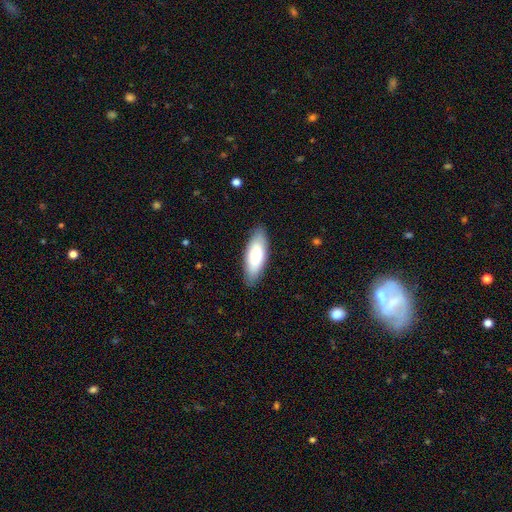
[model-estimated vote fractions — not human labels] Smooth or featured?
  - smooth: 75% *
  - featured or disk: 19%
  - star or artifact: 5%
How rounded?
  - in between: 72% *
  - cigar-shaped: 27%
  - round: 2%
Merging?
  - none: 86% *
  - minor disturbance: 10%
  - major disturbance: 2%
  - merger: 1%